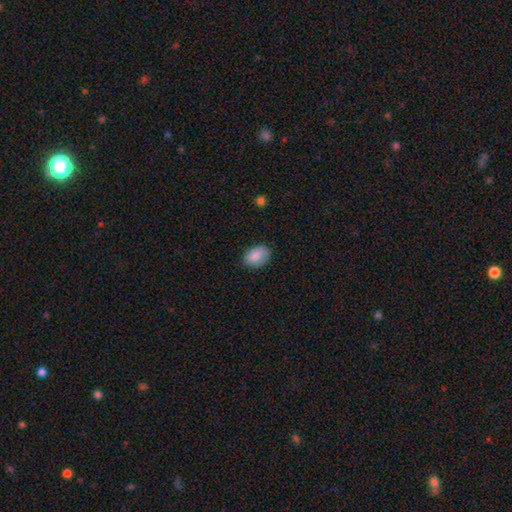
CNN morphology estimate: The model was most divided on "merging": none: 77%, minor disturbance: 18%, major disturbance: 4%, merger: 1%. More confident: smooth or featured — smooth (86%); how rounded — in between (83%).